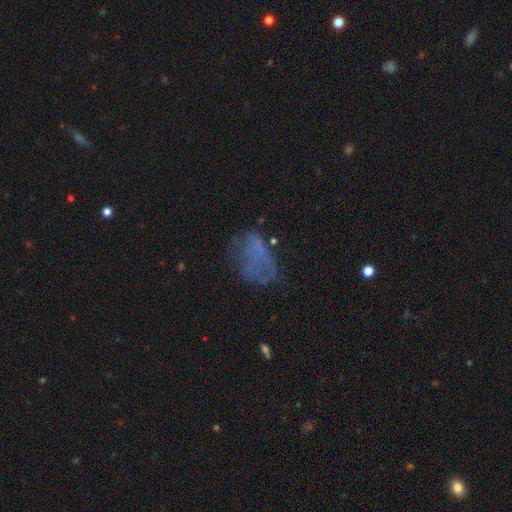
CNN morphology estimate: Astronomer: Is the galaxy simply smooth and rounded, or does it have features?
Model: smooth — 38% (runner-up: featured or disk, 37%).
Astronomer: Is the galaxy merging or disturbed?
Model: none — 43% (runner-up: major disturbance, 32%).